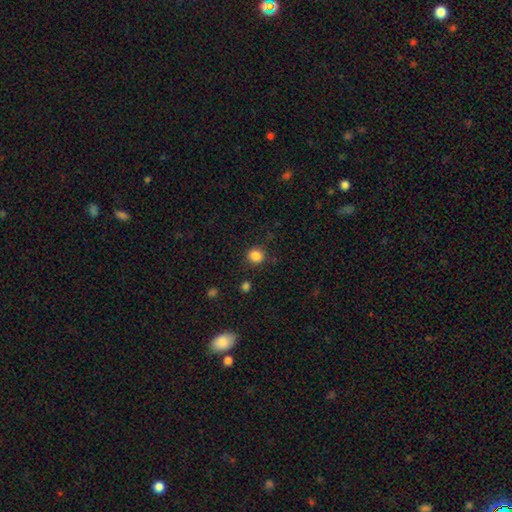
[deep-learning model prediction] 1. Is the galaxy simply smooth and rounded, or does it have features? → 85% smooth, 12% star or artifact, 4% featured or disk.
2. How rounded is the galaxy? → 87% round, 12% in between, 1% cigar-shaped.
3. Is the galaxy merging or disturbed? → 84% none, 10% minor disturbance, 4% major disturbance, 3% merger.